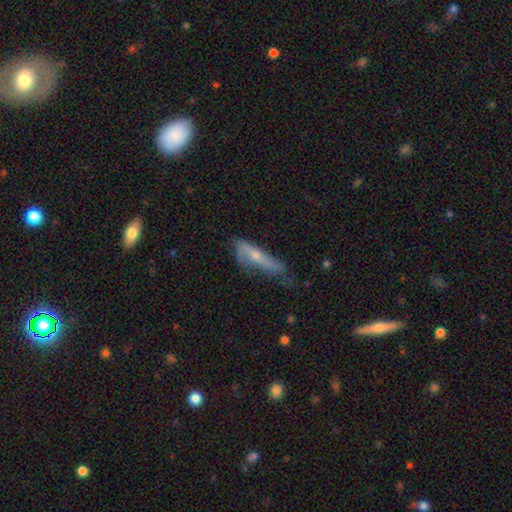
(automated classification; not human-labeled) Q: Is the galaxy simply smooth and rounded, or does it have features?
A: featured or disk — 54%.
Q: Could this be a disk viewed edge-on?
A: no — 55%.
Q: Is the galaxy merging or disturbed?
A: none — 44%.